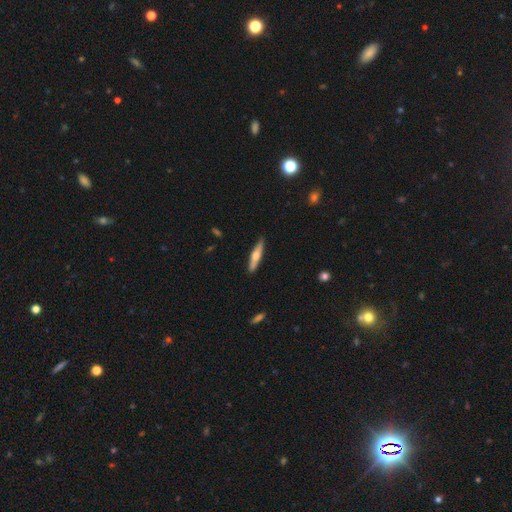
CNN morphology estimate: This is possibly a smooth galaxy (51%). How rounded: clearly cigar-shaped (85%). Merging: clearly none (88%).